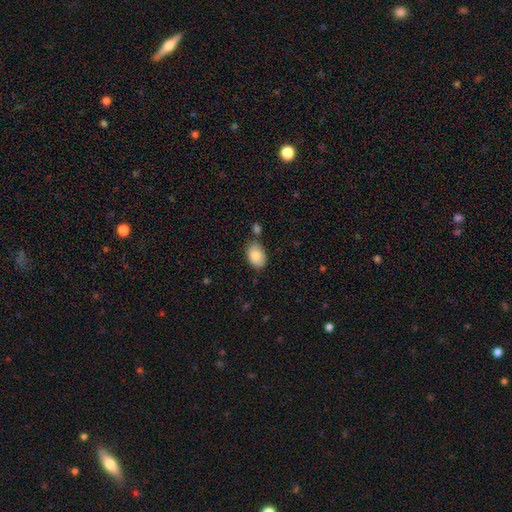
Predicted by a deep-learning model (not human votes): This appears to be a smooth galaxy with no disk features (87%) that is in between round and cigar-shaped (88%). Merging: none (73%).